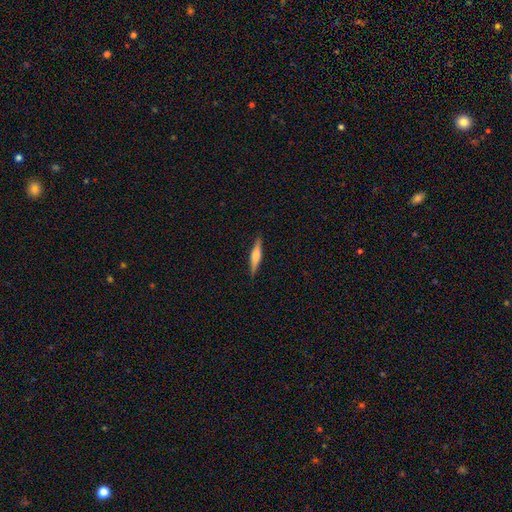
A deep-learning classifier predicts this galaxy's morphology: smooth-or-featured: smooth: 47% (tied) | featured or disk: 47% (tied) | star or artifact: 6%
  merging: none: 90% | minor disturbance: 8% | major disturbance: 2% | merger: 1%